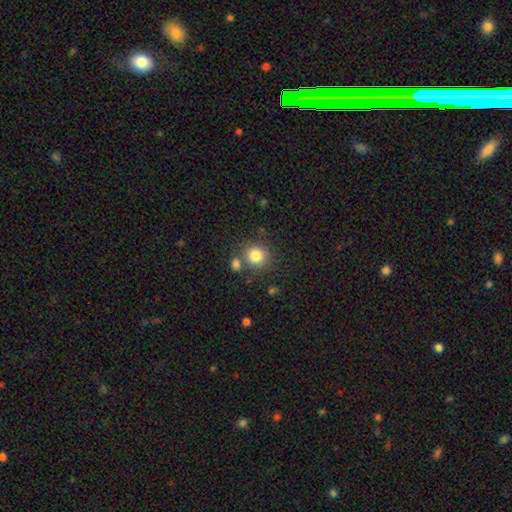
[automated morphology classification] smooth 82%, star or artifact 11%, featured or disk 7%. Down the decision tree: how rounded — round (88%); merging — none (71%).